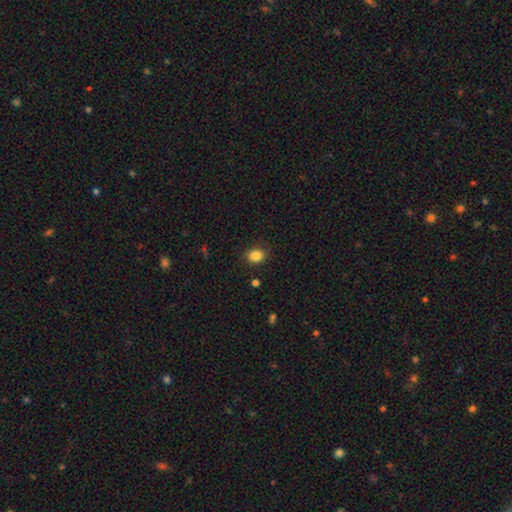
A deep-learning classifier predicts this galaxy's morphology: type=smooth (86%); roundness=round (50%); merging=none (84%).